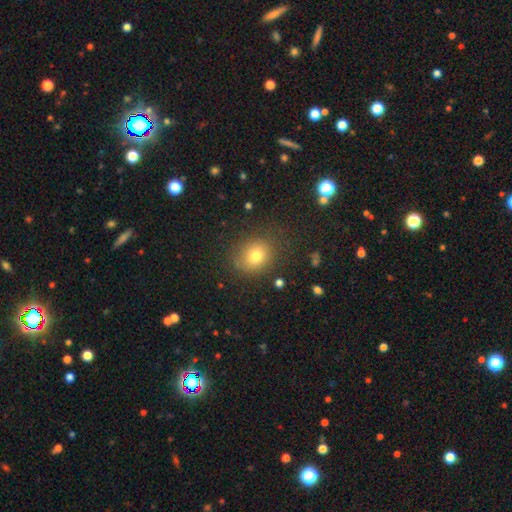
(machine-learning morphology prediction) smooth-or-featured: smooth: 75% | star or artifact: 15% | featured or disk: 10%
  how-rounded: round: 69% | in between: 30% | cigar-shaped: 1%
  merging: none: 80% | minor disturbance: 13% | major disturbance: 5% | merger: 2%